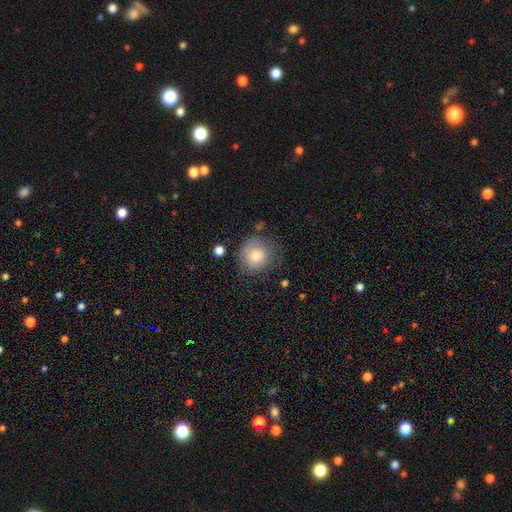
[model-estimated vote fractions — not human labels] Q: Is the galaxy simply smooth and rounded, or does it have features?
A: smooth — 75%.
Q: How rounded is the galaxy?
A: round — 84%.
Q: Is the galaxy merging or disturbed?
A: none — 62%.